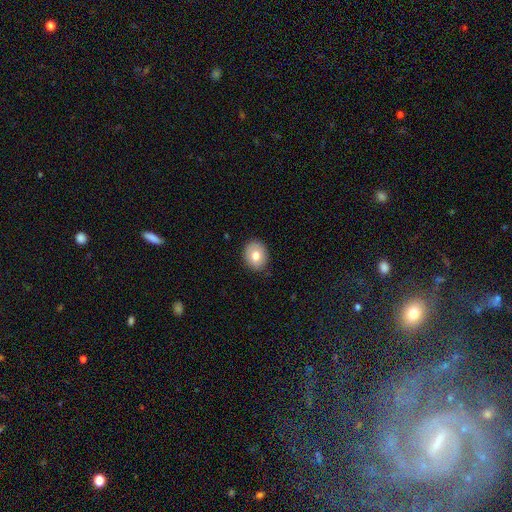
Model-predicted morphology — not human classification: Overall: smooth (76%). How rounded: round (60%; in between 39%). Merging: none (87%).